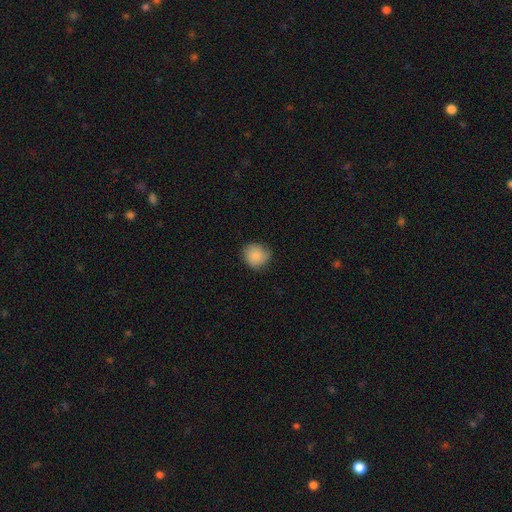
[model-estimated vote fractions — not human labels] Morphology: type=smooth (86%); roundness=round (88%); merging=none (79%).